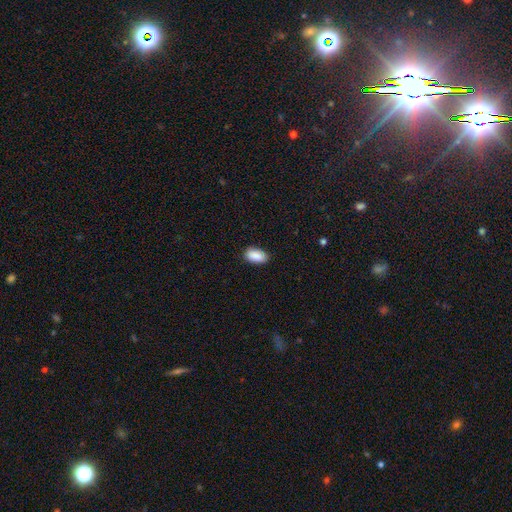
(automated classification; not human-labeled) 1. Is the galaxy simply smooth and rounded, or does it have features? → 90% smooth, 7% star or artifact, 3% featured or disk.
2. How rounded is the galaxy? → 94% in between, 4% round, 3% cigar-shaped.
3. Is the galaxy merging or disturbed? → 88% none, 9% minor disturbance, 2% major disturbance, 1% merger.